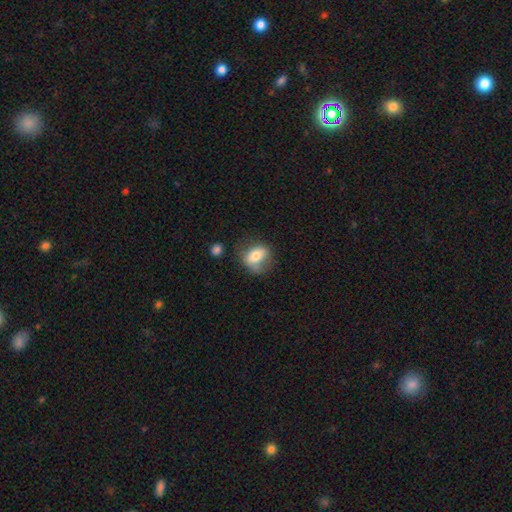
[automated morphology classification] This is likely a smooth galaxy (68%). How rounded: likely in between (61%). Merging: possibly none (54%).